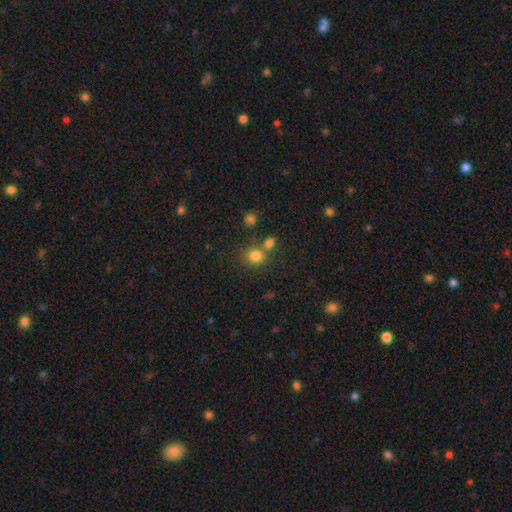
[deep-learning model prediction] A smooth galaxy with no disk features (79%) that is round (82%). Merging: none (60%).